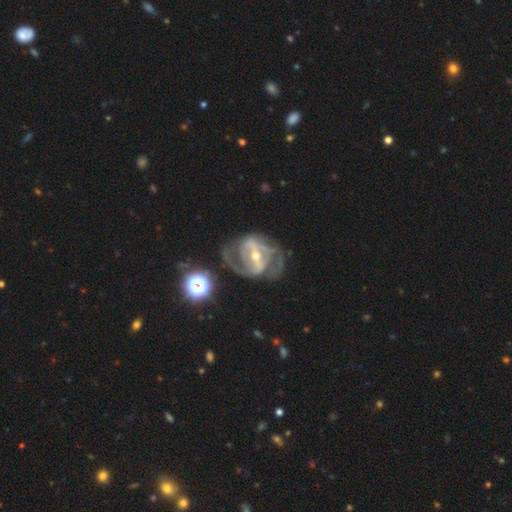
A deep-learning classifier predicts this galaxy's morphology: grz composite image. It shows a featured or disk galaxy (86%) with a strong bar (62%), 2 (67%) medium (48%) spiral arms (83%) and a moderate central bulge (52%). Merging: none (54%).